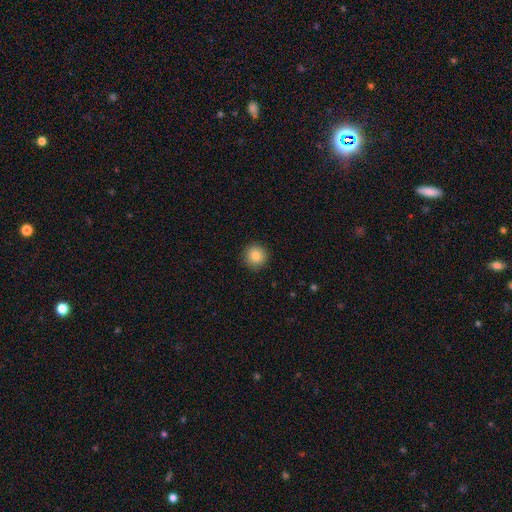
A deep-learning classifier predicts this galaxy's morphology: Smooth or featured? Predicted: smooth (p=0.86). How rounded? Predicted: round (p=0.94). Merging? Predicted: none (p=0.91).